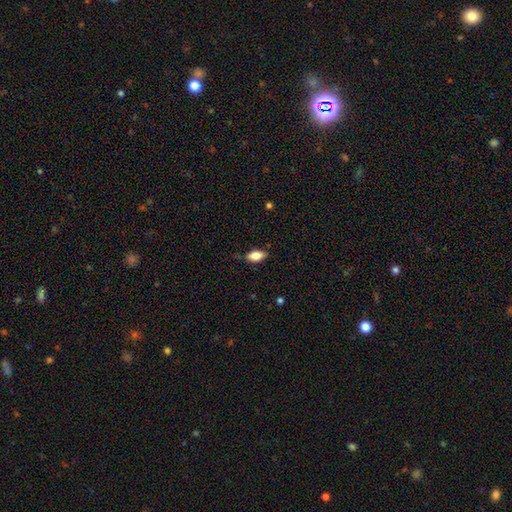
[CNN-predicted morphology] Q: Smooth or featured?
A: smooth (83%); runner-up: featured or disk (10%)
Q: How rounded?
A: in between (90%); runner-up: cigar-shaped (6%)
Q: Merging?
A: none (80%); runner-up: minor disturbance (16%)